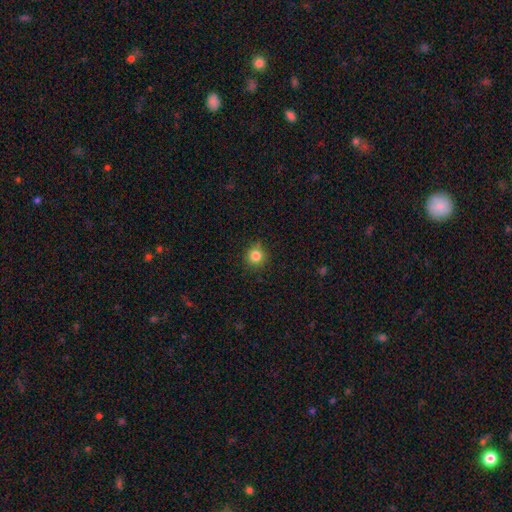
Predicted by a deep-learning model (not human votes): Smooth or featured? Predicted: smooth (p=0.83). How rounded? Predicted: round (p=0.93). Merging? Predicted: none (p=0.86).